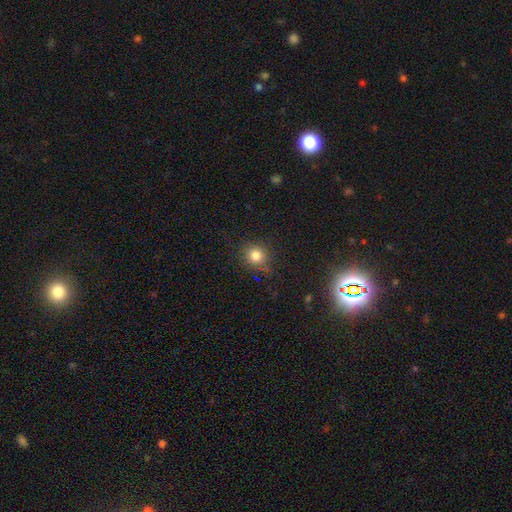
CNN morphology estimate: Smooth or featured? smooth (81%)
How rounded? round (89%)
Merging? none (85%)